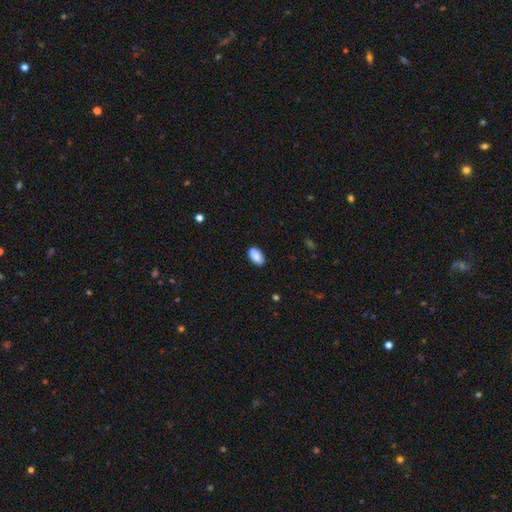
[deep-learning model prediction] Smooth or featured? Predicted: smooth (p=0.86). How rounded? Predicted: in between (p=0.94). Merging? Predicted: none (p=0.82).